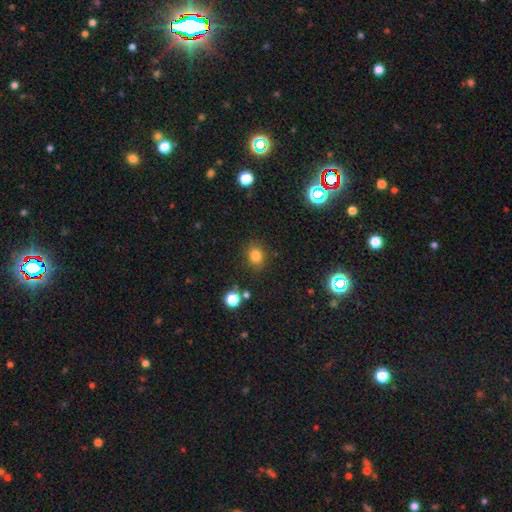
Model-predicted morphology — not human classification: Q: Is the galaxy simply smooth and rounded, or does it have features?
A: smooth — 81%.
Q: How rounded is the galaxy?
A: round — 63%.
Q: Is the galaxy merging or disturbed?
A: none — 84%.